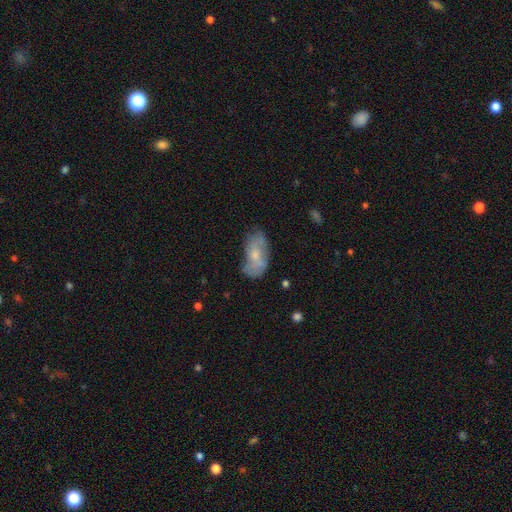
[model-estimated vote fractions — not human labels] Overall: smooth (52%; featured or disk 40%). How rounded: in between (92%). Merging: none (52%; minor disturbance 31%).